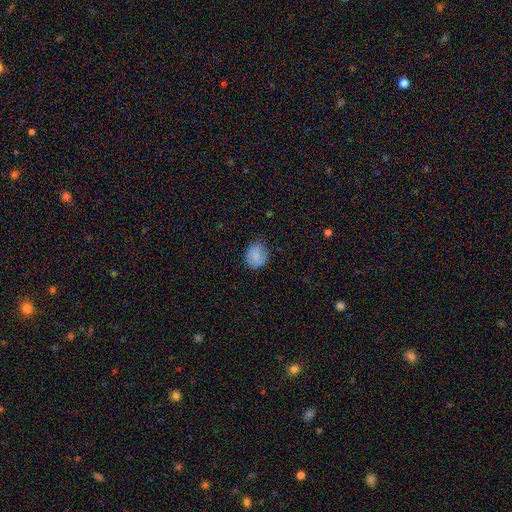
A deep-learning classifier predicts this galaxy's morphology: Q: Smooth or featured?
A: smooth (80%); runner-up: featured or disk (11%)
Q: How rounded?
A: round (74%); runner-up: in between (25%)
Q: Merging?
A: none (75%); runner-up: minor disturbance (19%)